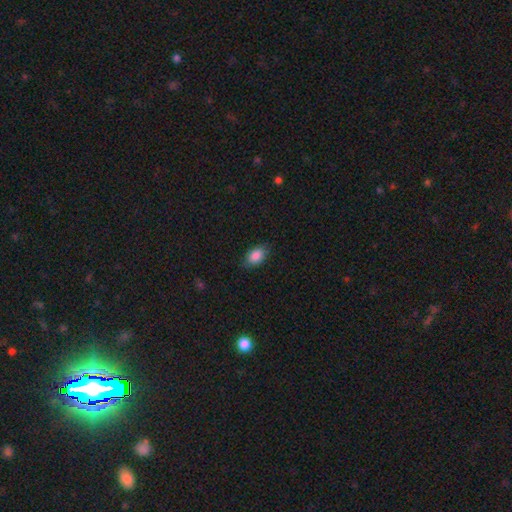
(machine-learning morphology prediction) A smooth galaxy with no disk features (87%) that is in between round and cigar-shaped (87%).

Vote fractions:
- Smooth or featured? smooth: 87% / star or artifact: 8% / featured or disk: 6%
- How rounded? in between: 87% / round: 11% / cigar-shaped: 2%
- Merging? none: 81% / minor disturbance: 15% / major disturbance: 3% / merger: 1%